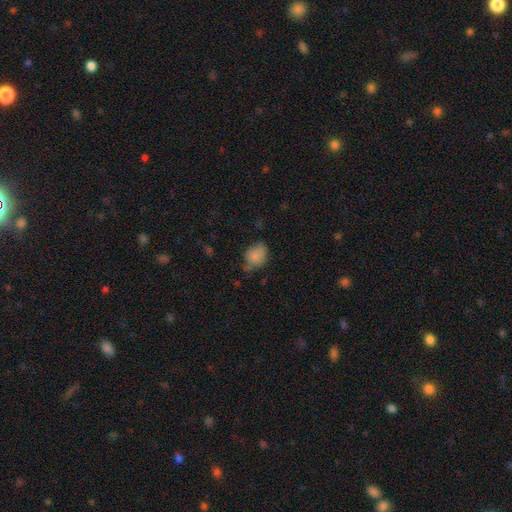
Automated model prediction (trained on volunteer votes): A smooth galaxy with no disk features (81%) that is in between round and cigar-shaped (60%).

Vote fractions:
- Smooth or featured? smooth: 81% / featured or disk: 10% / star or artifact: 9%
- How rounded? in between: 60% / round: 39% / cigar-shaped: 1%
- Merging? none: 53% / minor disturbance: 35% / major disturbance: 10% / merger: 3%